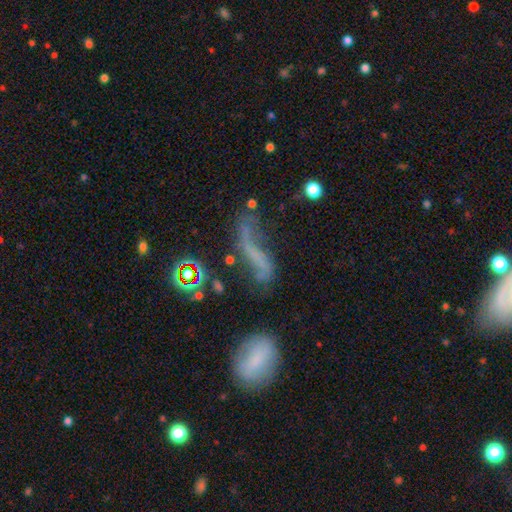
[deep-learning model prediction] Smooth or featured? featured or disk (50%)
Edge-on disk? no (83%)
Merging? none (36%)